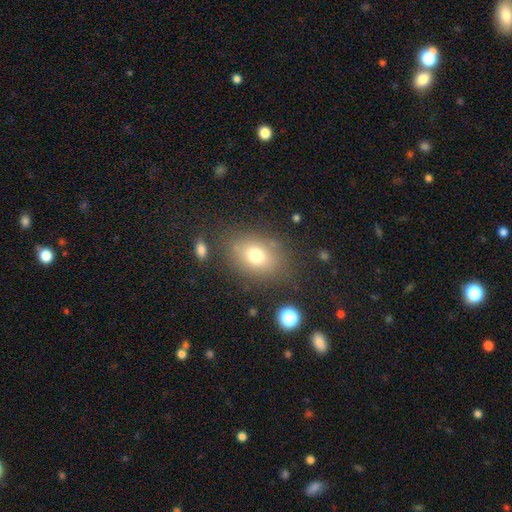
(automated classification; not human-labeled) Smooth or featured?
  - smooth: 74% *
  - featured or disk: 14%
  - star or artifact: 13%
How rounded?
  - in between: 65% *
  - round: 33%
  - cigar-shaped: 1%
Merging?
  - none: 74% *
  - minor disturbance: 15%
  - major disturbance: 7%
  - merger: 4%